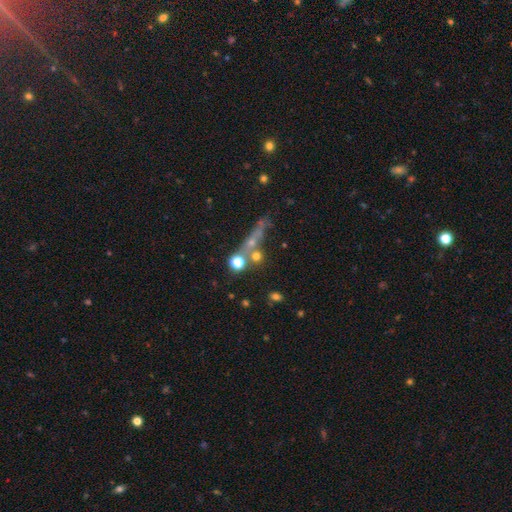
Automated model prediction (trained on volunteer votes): The model was most divided on "smooth or featured": featured or disk: 36%, smooth: 35%, star or artifact: 29%. More confident: merging — none (54%).